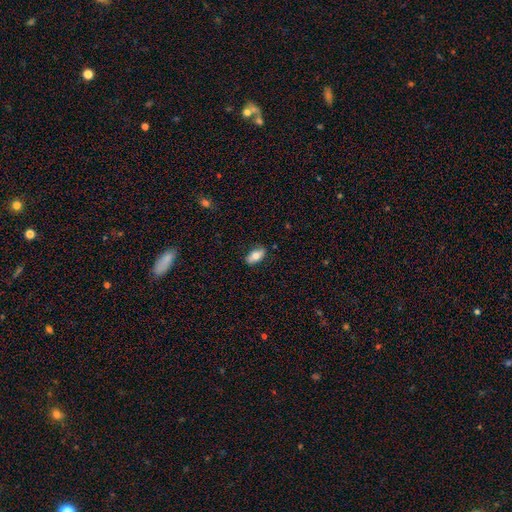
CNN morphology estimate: This is likely a smooth galaxy (73%). How rounded: clearly in between (88%). Merging: clearly none (86%).